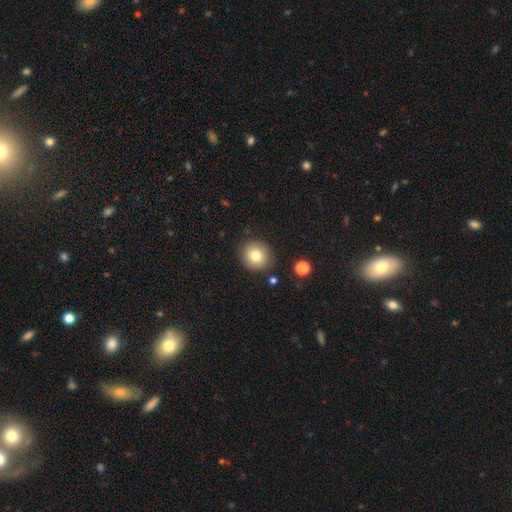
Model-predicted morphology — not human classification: smooth-or-featured: smooth: 80% | star or artifact: 10% | featured or disk: 10%
  how-rounded: round: 90% | in between: 9% | cigar-shaped: 1%
  merging: none: 86% | minor disturbance: 9% | merger: 3% | major disturbance: 3%